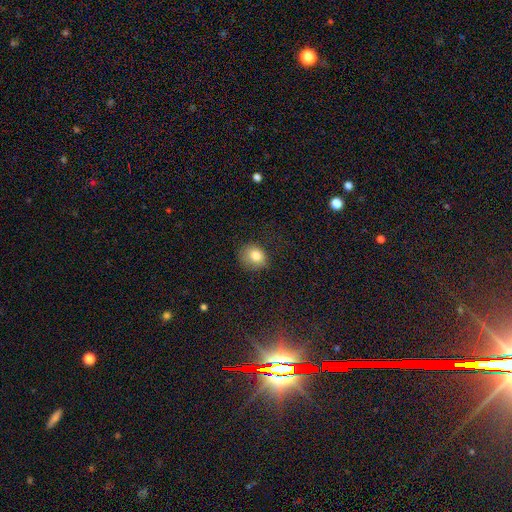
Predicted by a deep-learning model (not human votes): Smooth or featured? smooth (80%)
How rounded? round (64%)
Merging? none (68%)